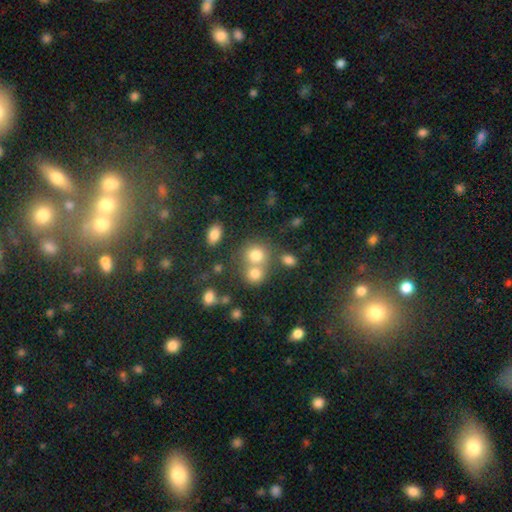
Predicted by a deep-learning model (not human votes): This appears to be a smooth galaxy with no disk features (76%) that is round (78%). Merging: none (45%).